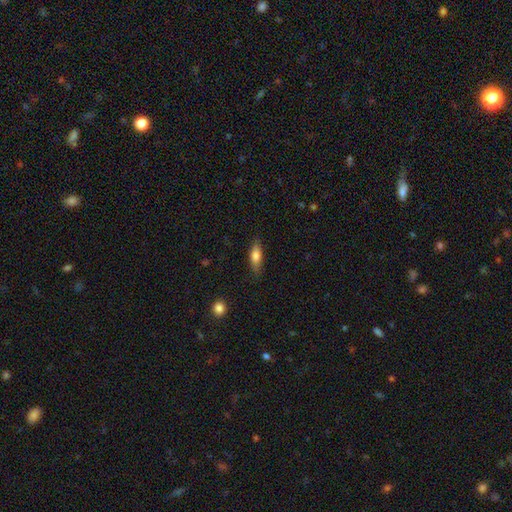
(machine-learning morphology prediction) smooth 69%, featured or disk 25%, star or artifact 7%. Down the decision tree: how rounded — in between (54%); merging — none (82%).